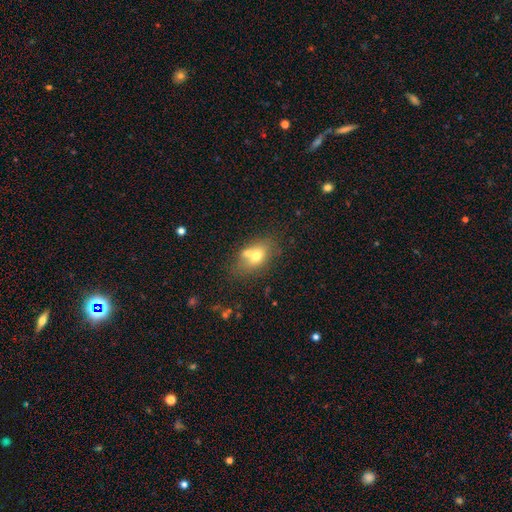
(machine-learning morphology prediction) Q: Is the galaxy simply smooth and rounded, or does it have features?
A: smooth — 64%.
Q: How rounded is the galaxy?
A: in between — 73%.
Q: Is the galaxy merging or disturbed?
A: merger — 44%.